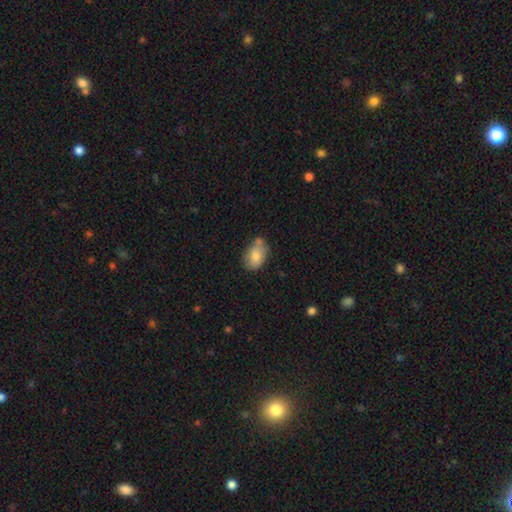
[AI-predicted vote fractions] smooth_or_featured: smooth (p=0.79) [alt: featured or disk p=0.14]
how_rounded: in between (p=0.86) [alt: round p=0.13]
merging: none (p=0.58) [alt: minor disturbance p=0.24]